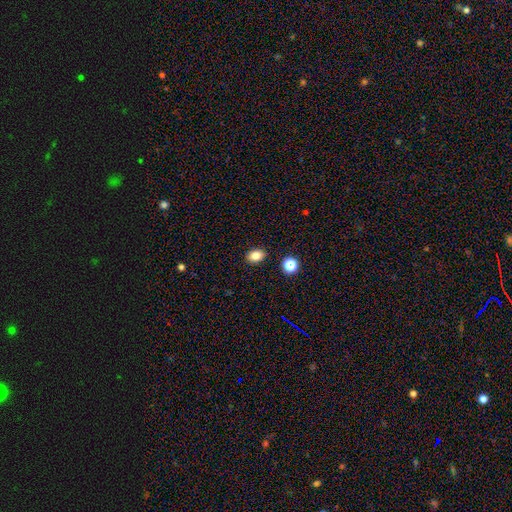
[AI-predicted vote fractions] A smooth galaxy with no disk features (82%) that is in between round and cigar-shaped (71%). Merging: none (88%).